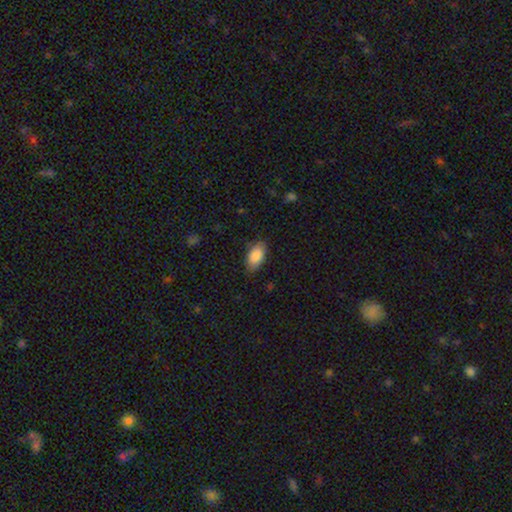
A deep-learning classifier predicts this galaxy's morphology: A smooth galaxy with no disk features (87%) that is in between round and cigar-shaped (94%).

Vote fractions:
- Smooth or featured? smooth: 87% / featured or disk: 6% / star or artifact: 6%
- How rounded? in between: 94% / round: 3% / cigar-shaped: 3%
- Merging? none: 81% / minor disturbance: 15% / major disturbance: 3% / merger: 1%